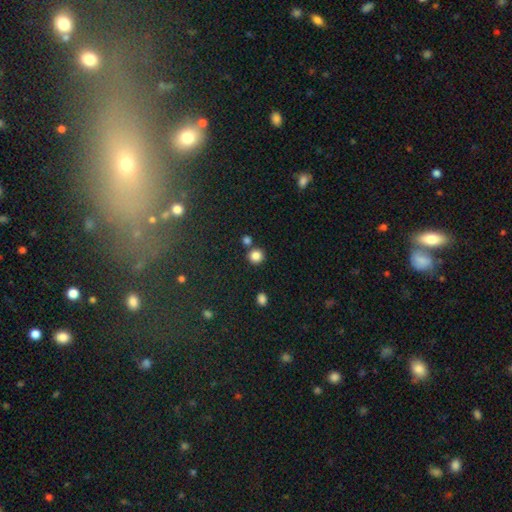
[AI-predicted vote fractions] Morphology: type=smooth (84%); roundness=round (91%); merging=none (78%).